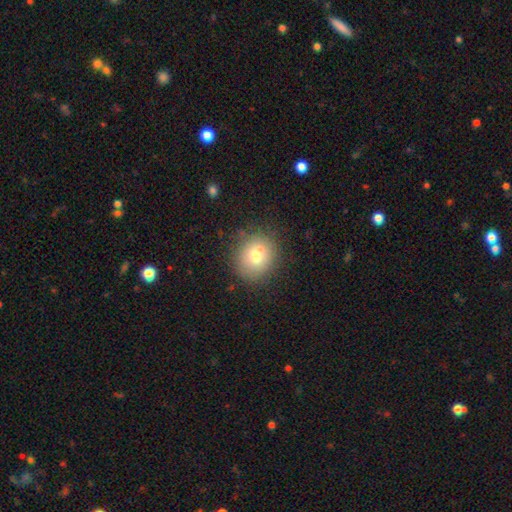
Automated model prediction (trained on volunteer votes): Q: Smooth or featured?
A: smooth (74%); runner-up: featured or disk (15%)
Q: How rounded?
A: round (81%); runner-up: in between (18%)
Q: Merging?
A: none (79%); runner-up: minor disturbance (13%)